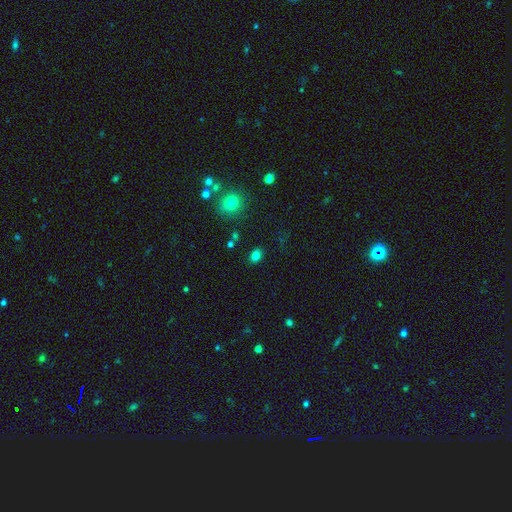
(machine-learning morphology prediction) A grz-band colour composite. It shows a smooth galaxy with no disk features (79%) that is in between round and cigar-shaped (66%). Merging: none (84%).